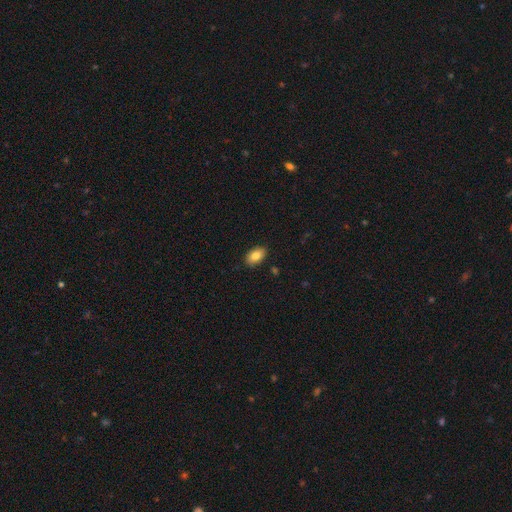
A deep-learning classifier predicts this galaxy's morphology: Q: Smooth or featured?
A: smooth (84%); runner-up: featured or disk (9%)
Q: How rounded?
A: in between (92%); runner-up: round (7%)
Q: Merging?
A: none (88%); runner-up: minor disturbance (9%)